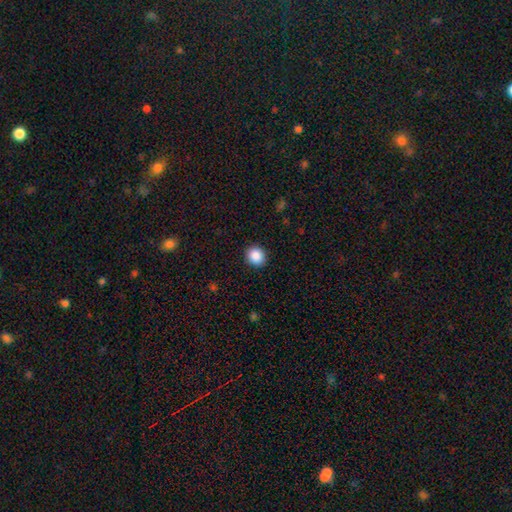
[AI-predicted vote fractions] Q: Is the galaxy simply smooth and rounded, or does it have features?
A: smooth — 88%.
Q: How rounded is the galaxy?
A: round — 86%.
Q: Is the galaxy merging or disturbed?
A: none — 91%.